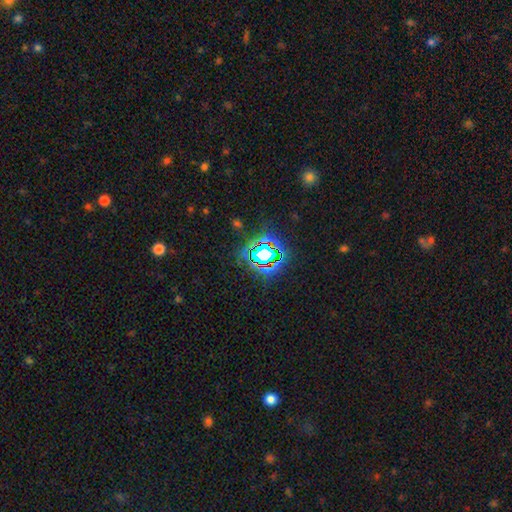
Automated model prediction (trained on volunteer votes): Morphology: type=star or artifact (80%).